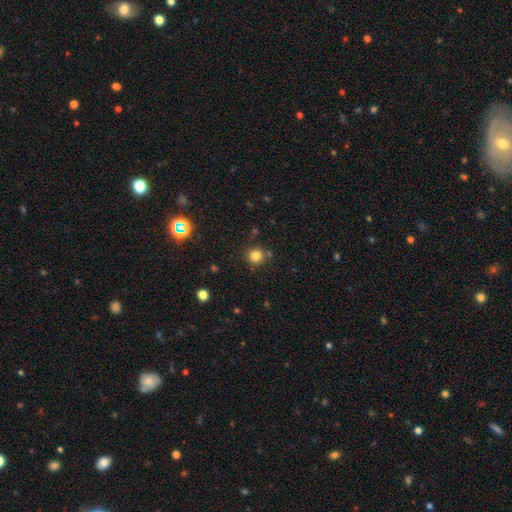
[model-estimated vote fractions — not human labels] Smooth or featured?
  - smooth: 80% *
  - star or artifact: 14%
  - featured or disk: 6%
How rounded?
  - round: 93% *
  - in between: 6%
  - cigar-shaped: 1%
Merging?
  - none: 82% *
  - minor disturbance: 9%
  - merger: 6%
  - major disturbance: 3%